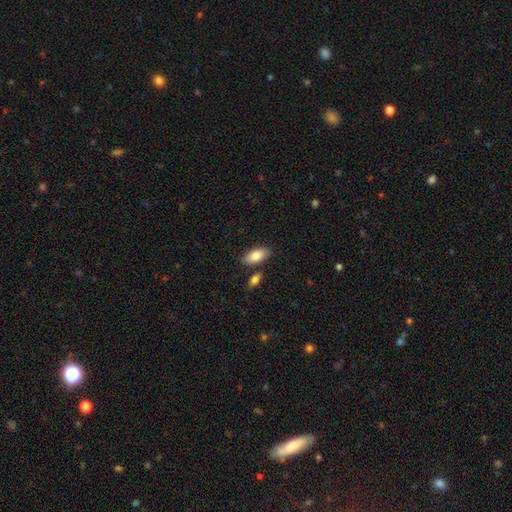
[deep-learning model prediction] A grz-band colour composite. It shows a smooth galaxy with no disk features (83%) that is in between round and cigar-shaped (90%). Merging: none (80%).